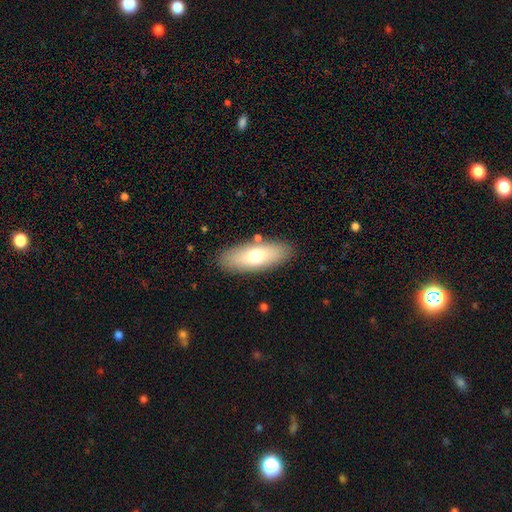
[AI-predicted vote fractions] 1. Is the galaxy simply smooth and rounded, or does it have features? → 67% smooth, 26% featured or disk, 7% star or artifact.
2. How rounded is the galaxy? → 71% in between, 27% cigar-shaped, 3% round.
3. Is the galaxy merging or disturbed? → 86% none, 9% minor disturbance, 3% merger, 2% major disturbance.